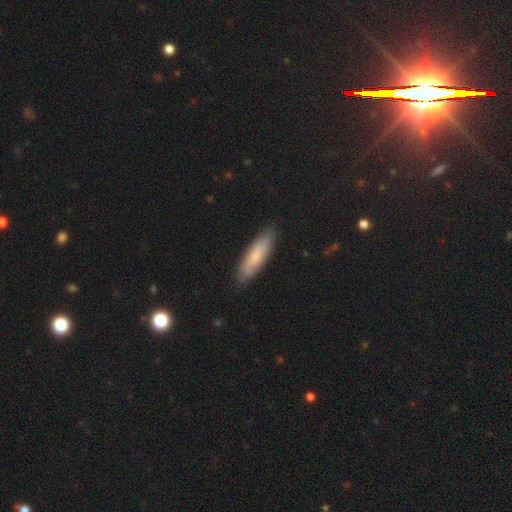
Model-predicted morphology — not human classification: Q: Smooth or featured?
A: smooth (75%); runner-up: featured or disk (20%)
Q: How rounded?
A: cigar-shaped (65%); runner-up: in between (33%)
Q: Merging?
A: none (87%); runner-up: minor disturbance (10%)